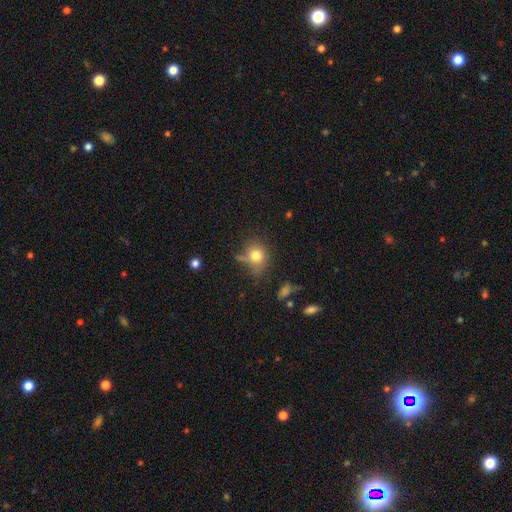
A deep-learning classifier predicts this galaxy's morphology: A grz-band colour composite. It shows a smooth galaxy with no disk features (78%) that is round (71%). Merging: none (60%).